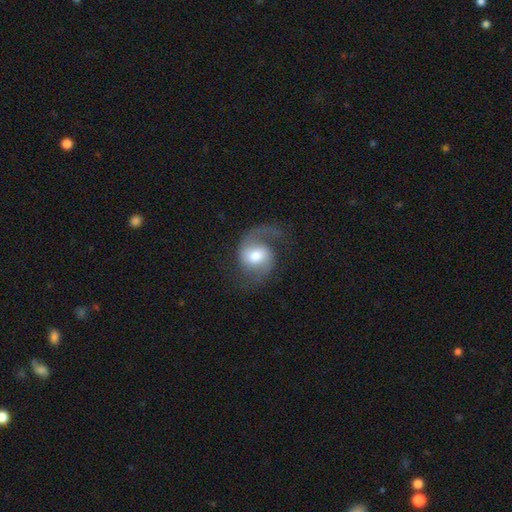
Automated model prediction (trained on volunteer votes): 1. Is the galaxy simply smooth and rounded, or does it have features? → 79% featured or disk, 15% smooth, 6% star or artifact.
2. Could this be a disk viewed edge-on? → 98% no, 2% yes.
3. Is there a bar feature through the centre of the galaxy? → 49% no, 39% weak, 12% strong.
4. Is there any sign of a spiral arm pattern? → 96% yes, 4% no.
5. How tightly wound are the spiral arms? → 47% loose, 43% medium, 10% tight.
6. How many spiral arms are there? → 84% 2, 11% 1, 2% can't tell, 1% 3, 1% 4, 1% more than 4.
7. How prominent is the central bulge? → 53% moderate, 28% large, 12% small, 5% dominant, 2% none.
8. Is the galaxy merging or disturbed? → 66% none, 17% major disturbance, 15% minor disturbance, 1% merger.